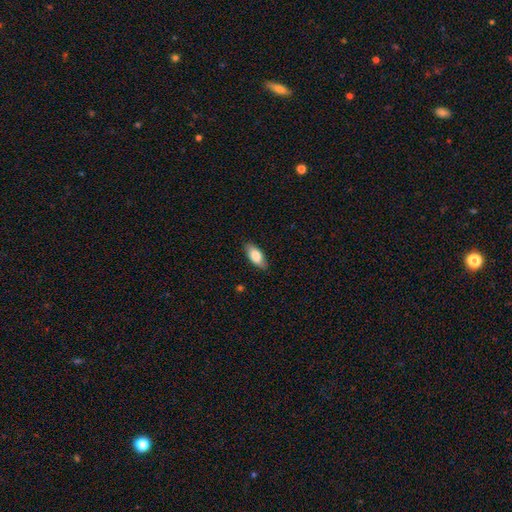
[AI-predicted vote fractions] Morphology: type=smooth (80%); roundness=in between (87%); merging=none (84%).